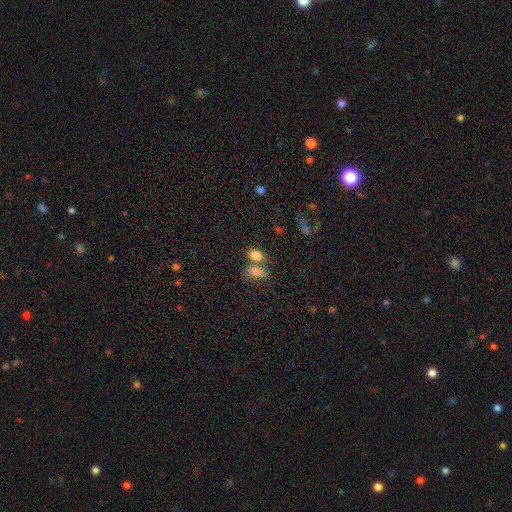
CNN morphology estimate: smooth_or_featured: smooth (p=0.83) [alt: star or artifact p=0.10]
how_rounded: in between (p=0.85) [alt: round p=0.09]
merging: none (p=0.44) [alt: merger p=0.40]